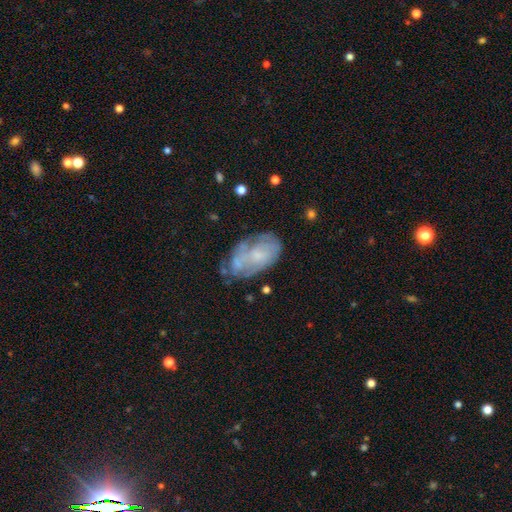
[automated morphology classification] smooth-or-featured: featured or disk: 55% | smooth: 35% | star or artifact: 9%
  disk-edge-on: no: 95% | yes: 5%
    bar: no: 80% | weak: 17% | strong: 3%
    has-spiral-arms: no: 55% | yes: 45%
    bulge-size: small: 50% | moderate: 24% | none: 22% | large: 3% | dominant: 1%
  merging: none: 51% | minor disturbance: 28% | major disturbance: 14% | merger: 8%